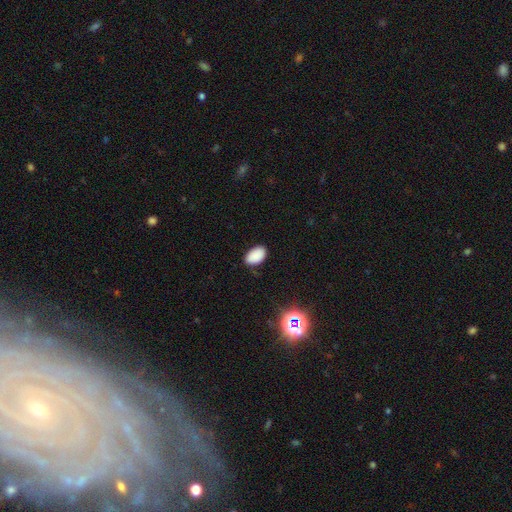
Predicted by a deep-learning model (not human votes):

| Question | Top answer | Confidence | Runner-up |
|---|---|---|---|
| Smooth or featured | smooth | 88% | star or artifact (9%) |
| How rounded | in between | 94% | round (5%) |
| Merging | none | 85% | minor disturbance (11%) |